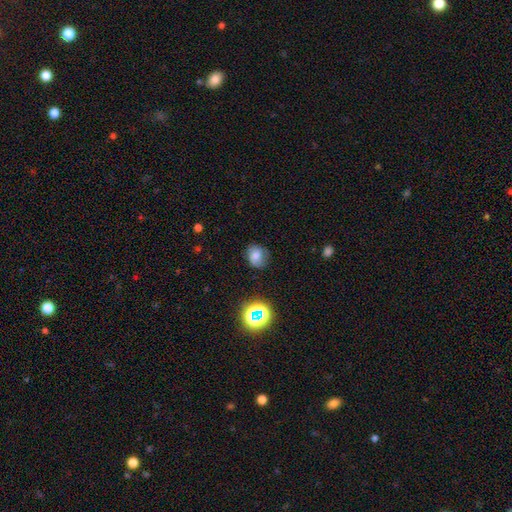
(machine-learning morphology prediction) type=smooth (63%); roundness=round (62%); merging=none (67%).